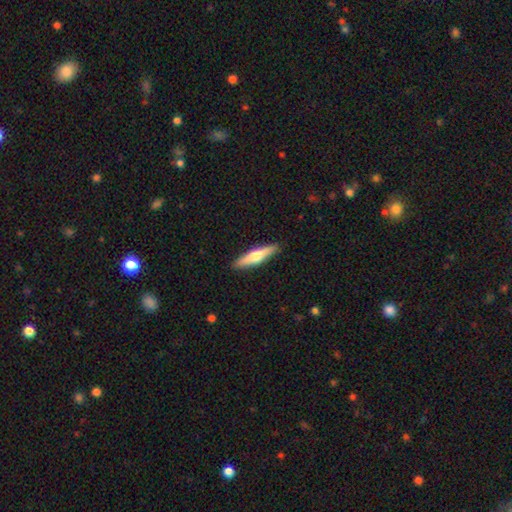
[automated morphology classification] Smooth or featured?
  - smooth: 52% *
  - featured or disk: 43%
  - star or artifact: 5%
How rounded?
  - cigar-shaped: 81% *
  - in between: 18%
  - round: 2%
Merging?
  - none: 91% *
  - minor disturbance: 7%
  - major disturbance: 1%
  - merger: 1%